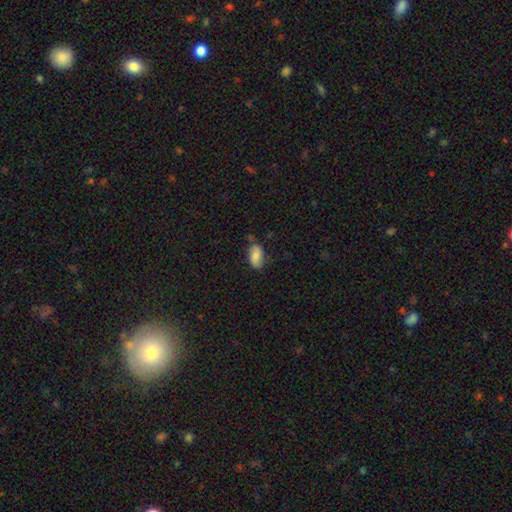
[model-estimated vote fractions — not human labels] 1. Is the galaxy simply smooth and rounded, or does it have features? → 77% smooth, 16% featured or disk, 8% star or artifact.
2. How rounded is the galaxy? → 93% in between, 5% round, 2% cigar-shaped.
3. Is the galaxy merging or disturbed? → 64% none, 28% minor disturbance, 6% major disturbance, 3% merger.